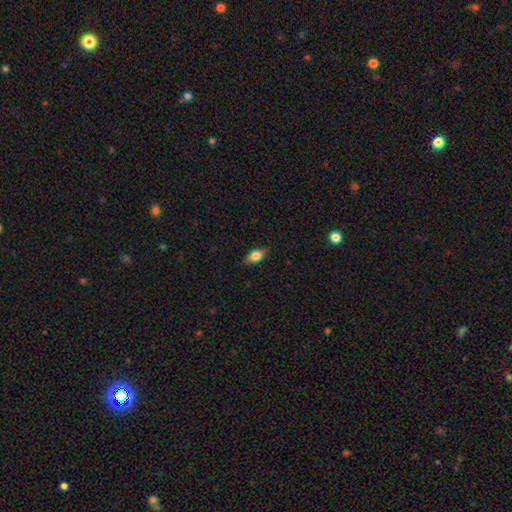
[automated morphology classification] The model was most divided on "smooth or featured": smooth: 76%, featured or disk: 16%, star or artifact: 8%. More confident: how rounded — in between (84%); merging — none (83%).